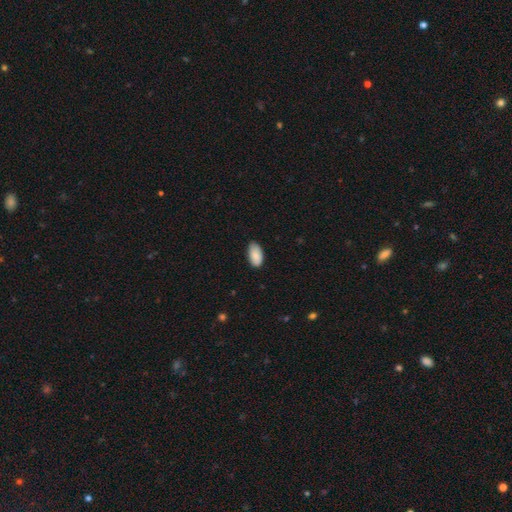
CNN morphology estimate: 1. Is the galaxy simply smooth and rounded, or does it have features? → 86% smooth, 7% featured or disk, 6% star or artifact.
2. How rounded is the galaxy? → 95% in between, 3% round, 2% cigar-shaped.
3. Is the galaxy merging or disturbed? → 78% none, 18% minor disturbance, 2% major disturbance, 1% merger.